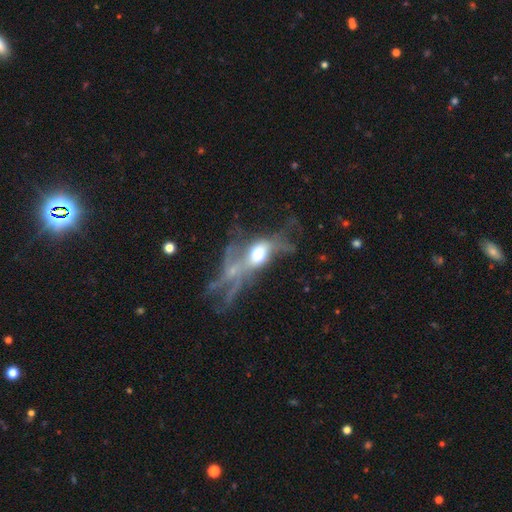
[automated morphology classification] Smooth or featured? featured or disk (65%)
Edge-on disk? no (80%)
Bar? no (78%)
Spiral arms? no (62%)
Bulge size? moderate (57%)
Merging? major disturbance (42%)